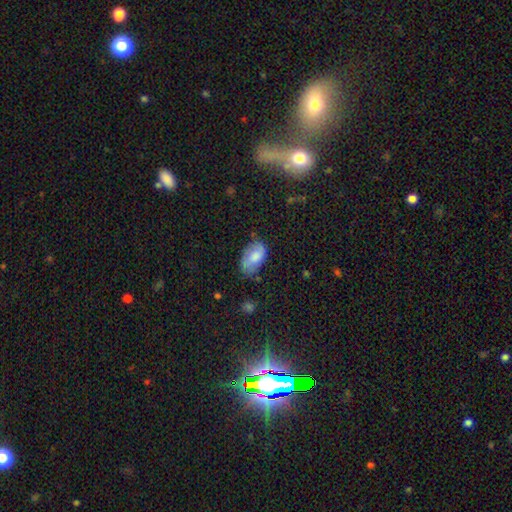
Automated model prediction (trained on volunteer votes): Morphology: type=smooth (73%); roundness=in between (93%); merging=none (59%).